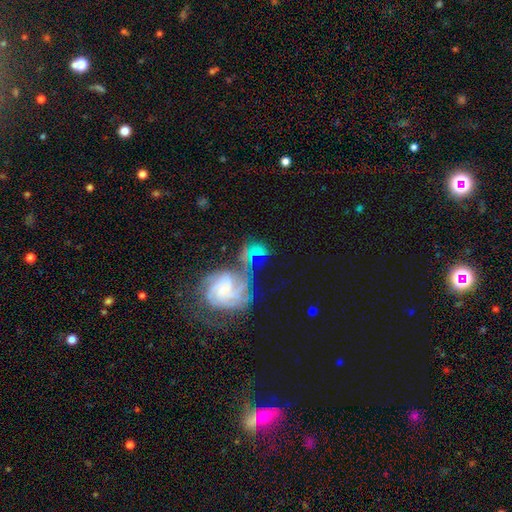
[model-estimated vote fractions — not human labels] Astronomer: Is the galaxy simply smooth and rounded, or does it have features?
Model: featured or disk — 54%.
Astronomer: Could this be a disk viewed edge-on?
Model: no — 94%.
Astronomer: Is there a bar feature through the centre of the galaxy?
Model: no — 54% (runner-up: weak, 32%).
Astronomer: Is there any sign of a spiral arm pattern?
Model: yes — 84%.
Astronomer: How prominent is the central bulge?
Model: small — 44% (runner-up: moderate, 29%).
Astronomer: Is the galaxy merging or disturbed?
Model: none — 41% (runner-up: merger, 29%).